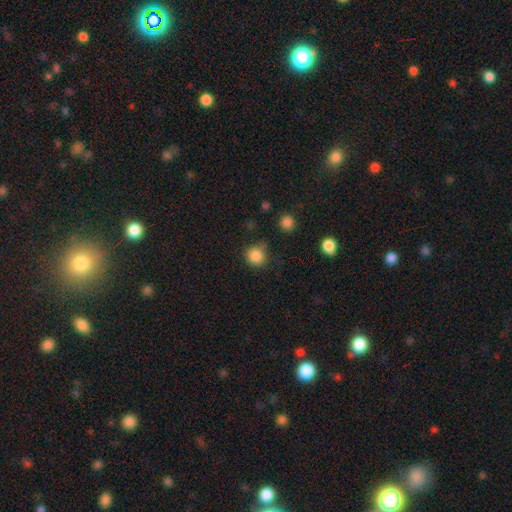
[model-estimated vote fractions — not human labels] Overall: smooth (85%). How rounded: round (91%). Merging: none (75%).